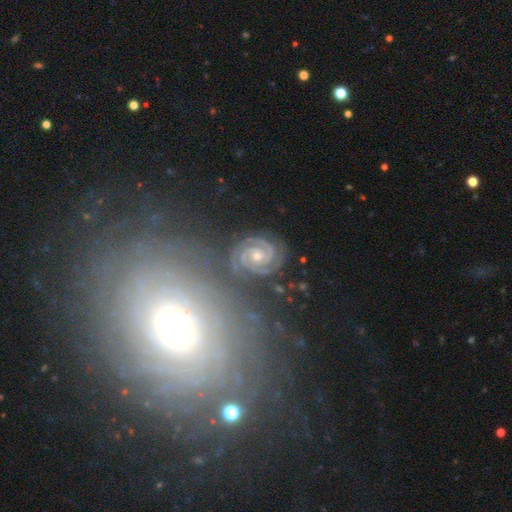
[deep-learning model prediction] This is clearly a featured or disk galaxy (88%). It is clearly not viewed edge-on (97%). Bar: likely no (61%). Spiral arm pattern: clearly yes (98%). Spiral arm count: possibly 2 (59%). Spiral winding: likely tight (74%). Central bulge: possibly small (53%). Merging: likely none (74%).